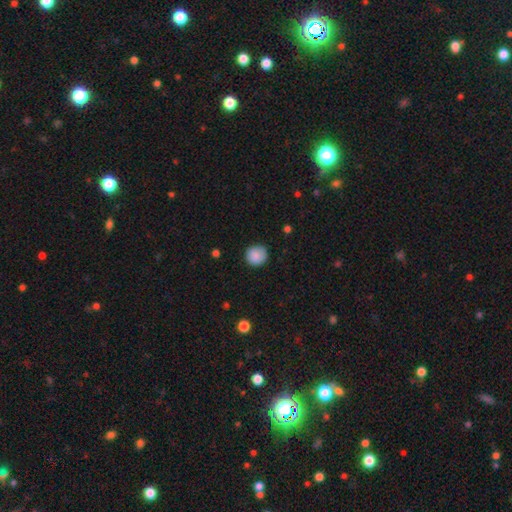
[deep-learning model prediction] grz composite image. It shows a smooth galaxy with no disk features (87%) that is round (92%). Merging: none (85%).